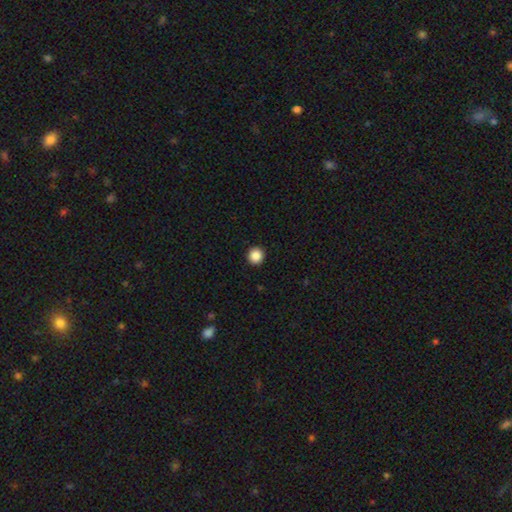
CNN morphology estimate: smooth-or-featured: smooth: 87% | star or artifact: 10% | featured or disk: 3%
  how-rounded: round: 95% | in between: 4% | cigar-shaped: 1%
  merging: none: 93% | minor disturbance: 4% | major disturbance: 1% | merger: 1%